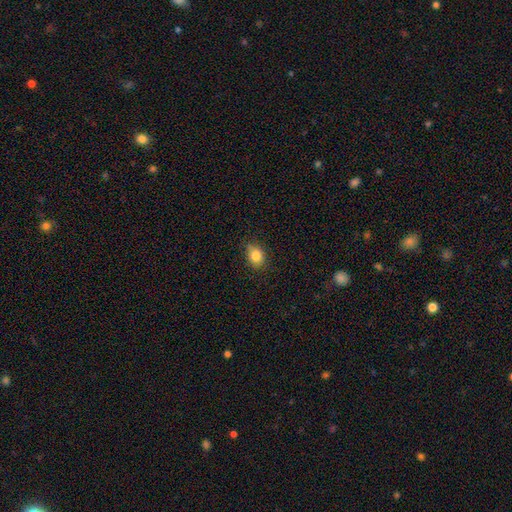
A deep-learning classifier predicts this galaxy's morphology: smooth 83%, star or artifact 10%, featured or disk 7%. Down the decision tree: how rounded — round (50%); merging — none (78%).